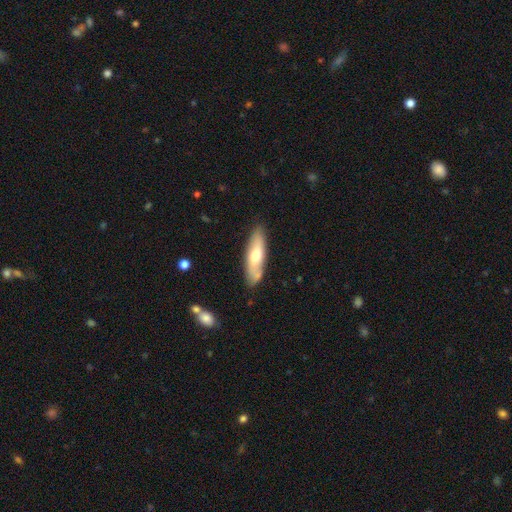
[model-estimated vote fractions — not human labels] Smooth or featured? smooth (54%)
How rounded? cigar-shaped (56%)
Merging? none (79%)